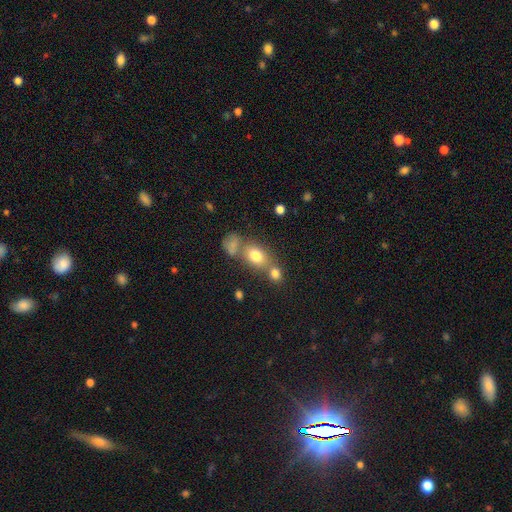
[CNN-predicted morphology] Smooth or featured?
  - smooth: 77% *
  - featured or disk: 12%
  - star or artifact: 11%
How rounded?
  - in between: 62% *
  - round: 36%
  - cigar-shaped: 2%
Merging?
  - none: 46% *
  - merger: 36%
  - minor disturbance: 12%
  - major disturbance: 6%